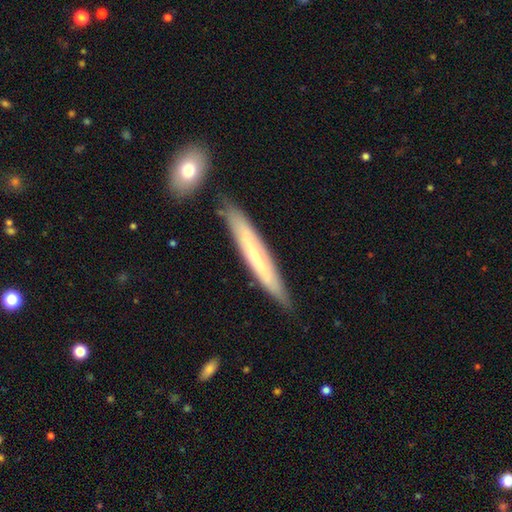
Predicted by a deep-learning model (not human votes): Q: Smooth or featured?
A: featured or disk (53%); runner-up: smooth (41%)
Q: Edge-on disk?
A: yes (81%); runner-up: no (19%)
Q: Merging?
A: none (82%); runner-up: minor disturbance (12%)